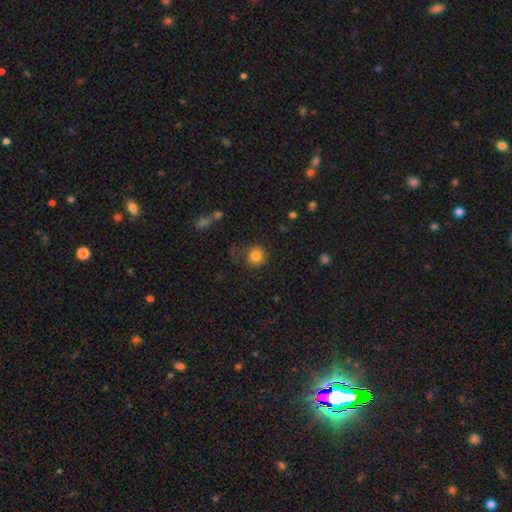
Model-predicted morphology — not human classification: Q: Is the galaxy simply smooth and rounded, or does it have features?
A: smooth — 84%.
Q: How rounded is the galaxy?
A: round — 86%.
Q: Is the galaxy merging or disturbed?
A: none — 74%.